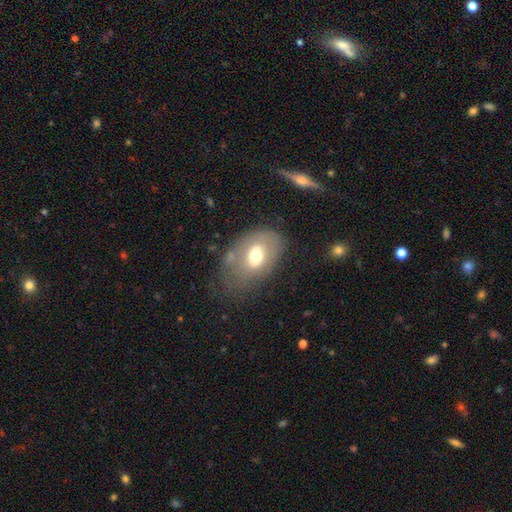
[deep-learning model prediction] Q: Smooth or featured?
A: smooth (59%); runner-up: featured or disk (32%)
Q: How rounded?
A: in between (81%); runner-up: round (18%)
Q: Merging?
A: none (48%); runner-up: minor disturbance (28%)